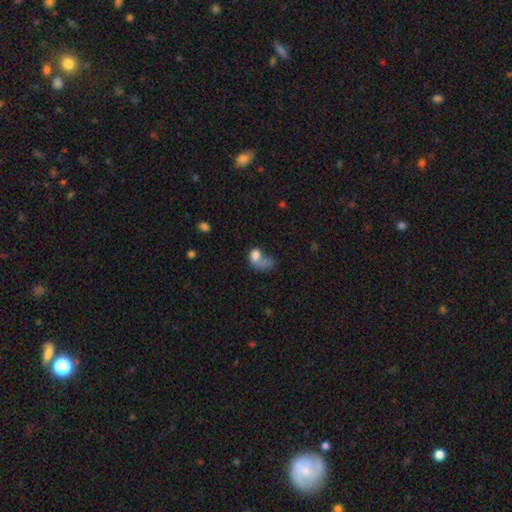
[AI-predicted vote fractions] A smooth galaxy with no disk features (72%) that is in between round and cigar-shaped (70%).

Vote fractions:
- Smooth or featured? smooth: 72% / featured or disk: 16% / star or artifact: 11%
- How rounded? in between: 70% / round: 28% / cigar-shaped: 2%
- Merging? merger: 35% / major disturbance: 32% / none: 20% / minor disturbance: 13%